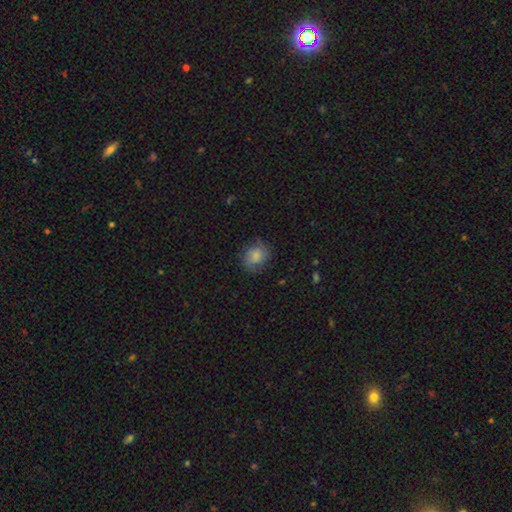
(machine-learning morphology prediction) This is likely a smooth galaxy (76%). How rounded: likely round (62%). Merging: likely none (75%).